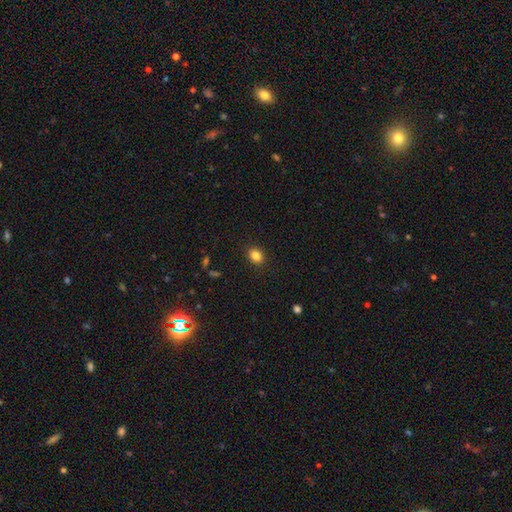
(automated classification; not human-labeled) smooth-or-featured: smooth: 84% | star or artifact: 11% | featured or disk: 5%
  how-rounded: round: 54% | in between: 45% | cigar-shaped: 1%
  merging: none: 89% | minor disturbance: 7% | major disturbance: 2% | merger: 1%